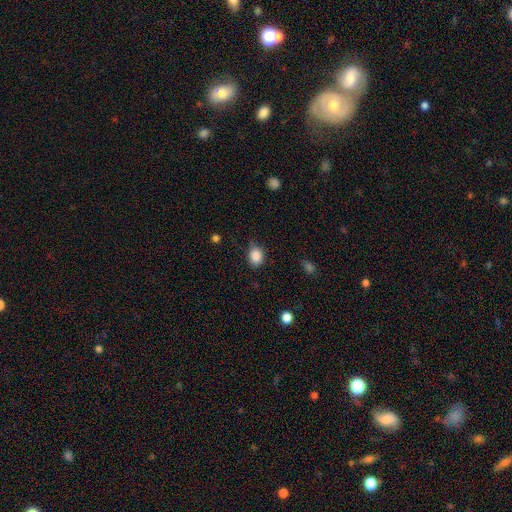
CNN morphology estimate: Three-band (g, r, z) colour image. It shows a smooth galaxy with no disk features (86%) that is round (50%). Merging: none (72%).